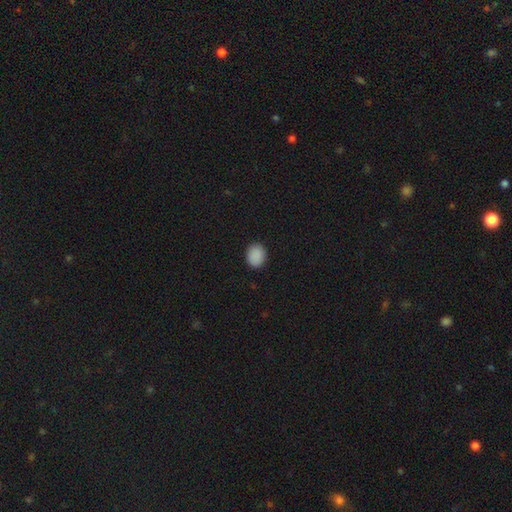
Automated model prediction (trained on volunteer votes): The model was most divided on "how rounded": round: 51%, in between: 48%, cigar-shaped: 1%. More confident: merging — none (89%); smooth or featured — smooth (89%).